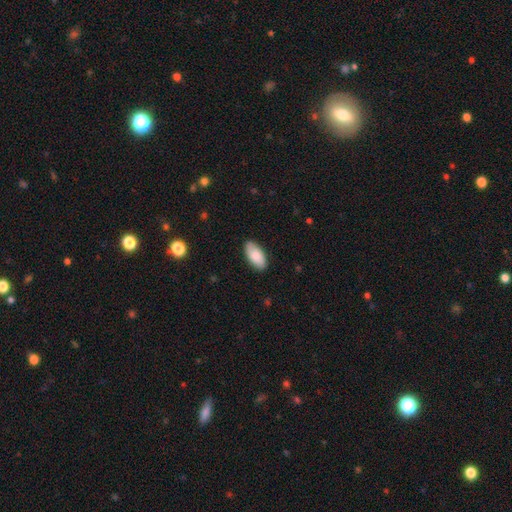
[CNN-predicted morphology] smooth 82%, featured or disk 12%, star or artifact 6%. Down the decision tree: how rounded — in between (94%); merging — none (87%).